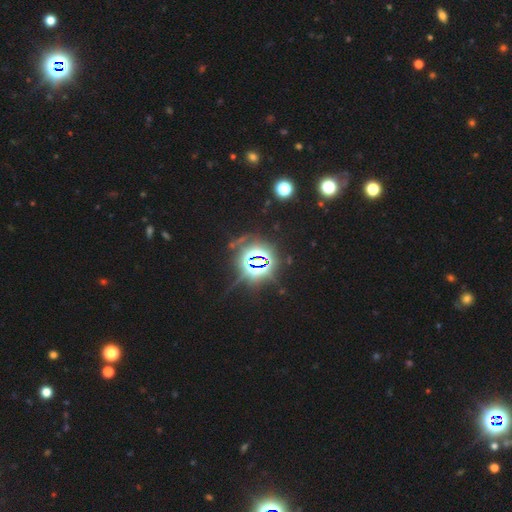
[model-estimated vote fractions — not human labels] This is clearly a star or artifact rather than a galaxy (84%).